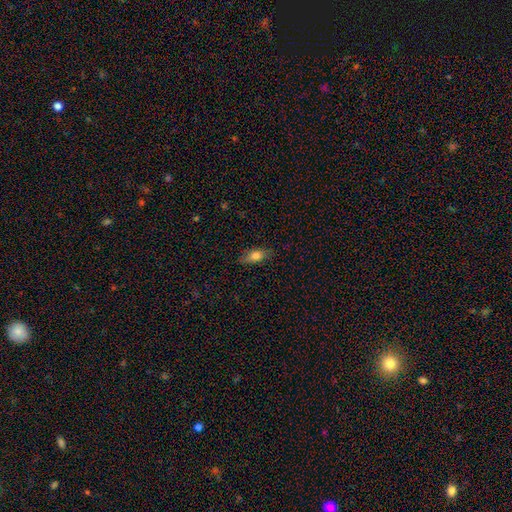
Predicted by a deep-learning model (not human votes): This appears to be a smooth galaxy with no disk features (76%) that is in between round and cigar-shaped (79%). Merging: none (80%).